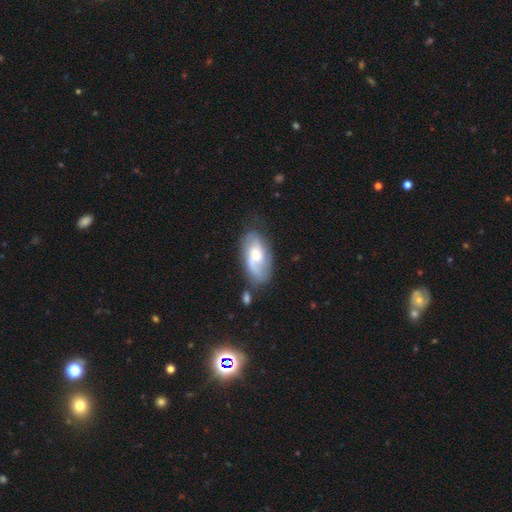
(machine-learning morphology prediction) featured or disk 65%, smooth 28%, star or artifact 6%. Down the decision tree: edge-on disk — no (95%); bar — no (48%); spiral arms — yes (89%); spiral arm count — 2 (69%); spiral winding — medium (43%); bulge size — moderate (50%); merging — none (60%).